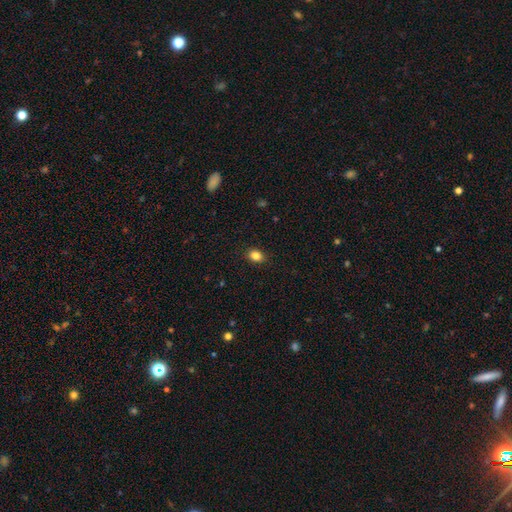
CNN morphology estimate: smooth-or-featured: smooth: 84% | star or artifact: 10% | featured or disk: 5%
  how-rounded: in between: 67% | round: 32% | cigar-shaped: 1%
  merging: none: 89% | minor disturbance: 8% | major disturbance: 2% | merger: 1%